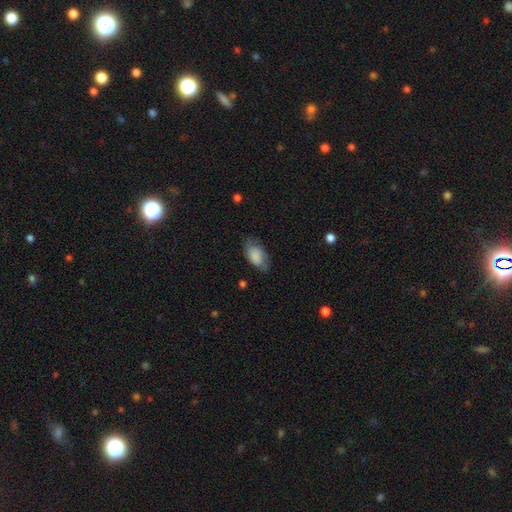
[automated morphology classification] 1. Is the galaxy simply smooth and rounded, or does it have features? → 75% smooth, 18% featured or disk, 7% star or artifact.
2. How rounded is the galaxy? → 92% in between, 6% round, 2% cigar-shaped.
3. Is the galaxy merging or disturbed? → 59% none, 29% minor disturbance, 10% major disturbance, 2% merger.